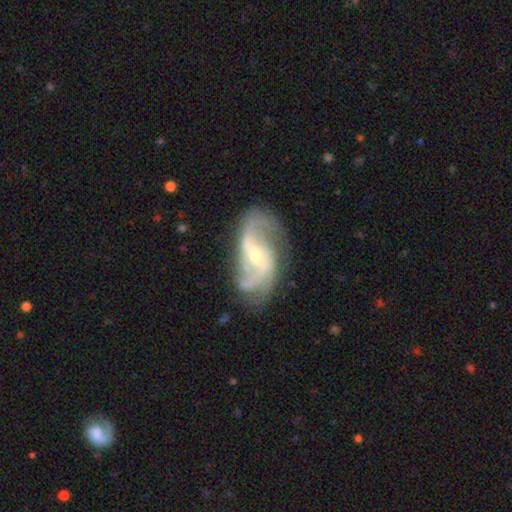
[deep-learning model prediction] Smooth or featured?
  - featured or disk: 89% *
  - smooth: 6%
  - star or artifact: 5%
Edge-on disk?
  - no: 96% *
  - yes: 4%
Bar?
  - weak: 46% *
  - no: 29%
  - strong: 25%
Spiral arms?
  - yes: 97% *
  - no: 3%
Spiral winding?
  - medium: 45% *
  - loose: 38%
  - tight: 16%
Spiral arm count?
  - 2: 64% *
  - 3: 16%
  - can't tell: 9%
  - 1: 4%
  - 4: 4%
  - more than 4: 3%
Bulge size?
  - small: 58% *
  - moderate: 38%
  - large: 2%
  - none: 2%
  - dominant: 1%
Merging?
  - none: 68% *
  - minor disturbance: 19%
  - major disturbance: 11%
  - merger: 2%